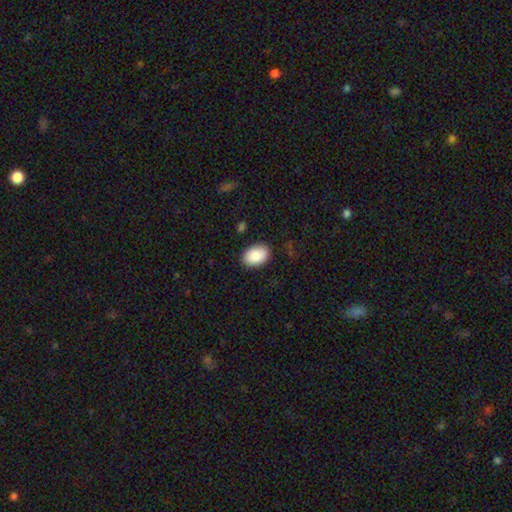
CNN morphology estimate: The model was most divided on "how rounded": in between: 84%, round: 15%, cigar-shaped: 1%. More confident: smooth or featured — smooth (90%); merging — none (86%).